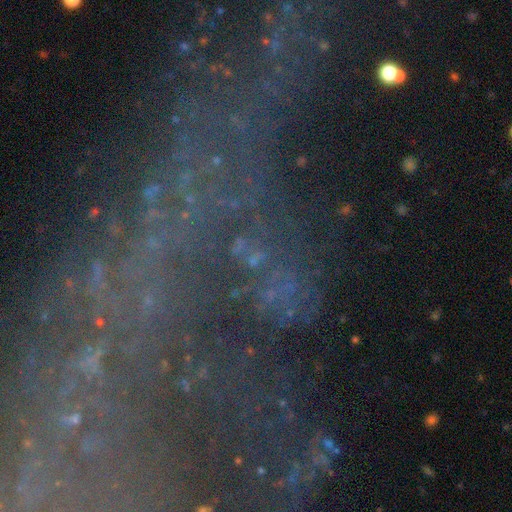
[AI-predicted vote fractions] Morphology: type=star or artifact (58%).